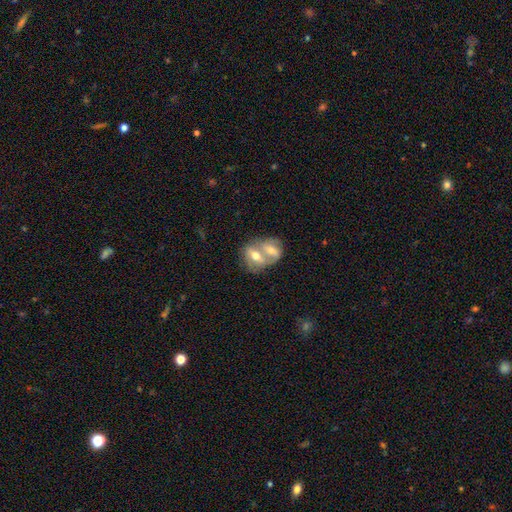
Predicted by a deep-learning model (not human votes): Smooth or featured?
  - smooth: 48% *
  - featured or disk: 45%
  - star or artifact: 7%
Merging?
  - merger: 74% *
  - none: 17%
  - minor disturbance: 6%
  - major disturbance: 3%